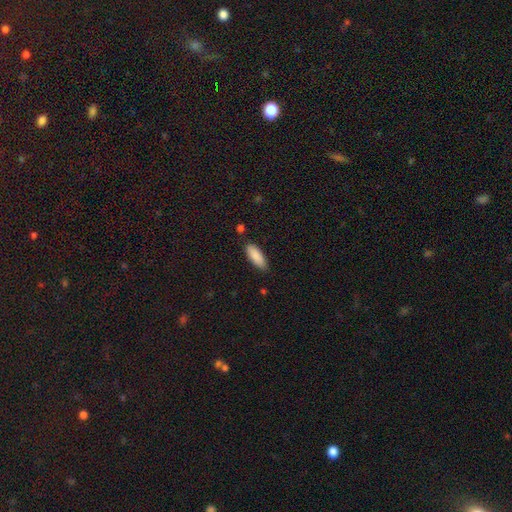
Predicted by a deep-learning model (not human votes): Q: Smooth or featured?
A: smooth (89%); runner-up: star or artifact (6%)
Q: How rounded?
A: in between (68%); runner-up: cigar-shaped (30%)
Q: Merging?
A: none (84%); runner-up: minor disturbance (11%)